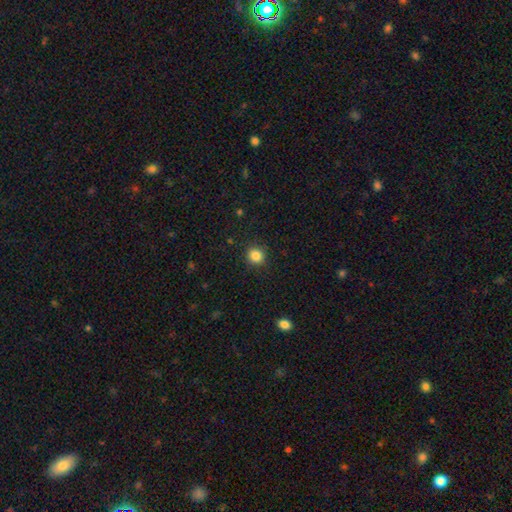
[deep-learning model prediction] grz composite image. It shows a smooth galaxy with no disk features (85%) that is round (90%). Merging: none (91%).